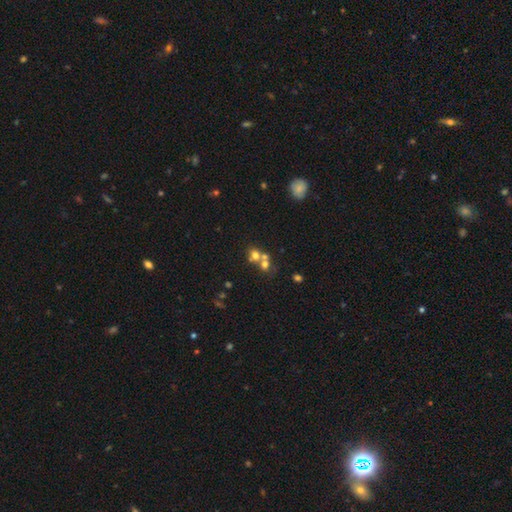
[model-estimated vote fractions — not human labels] smooth_or_featured: smooth (p=0.62) [alt: featured or disk p=0.20]
how_rounded: round (p=0.76) [alt: in between p=0.23]
merging: merger (p=0.56) [alt: none p=0.34]